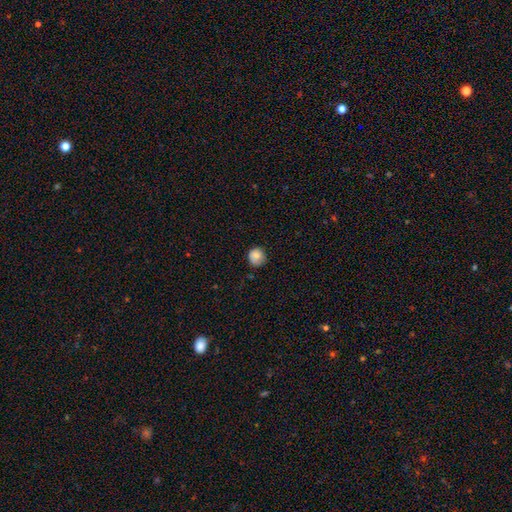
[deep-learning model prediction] Q: Smooth or featured?
A: smooth (83%); runner-up: star or artifact (9%)
Q: How rounded?
A: round (89%); runner-up: in between (10%)
Q: Merging?
A: none (77%); runner-up: minor disturbance (19%)